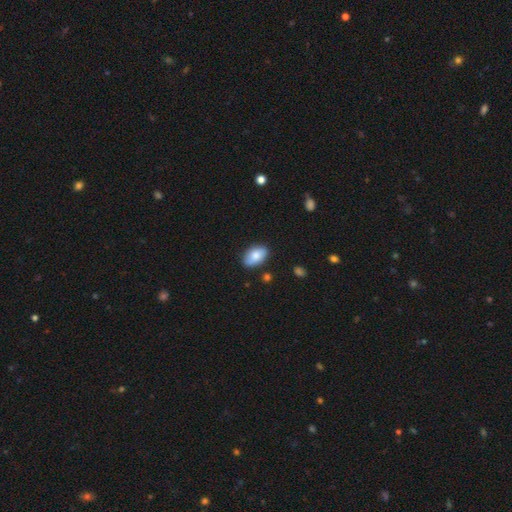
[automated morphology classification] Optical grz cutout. It shows a smooth galaxy with no disk features (82%) that is in between round and cigar-shaped (91%). Merging: none (81%).